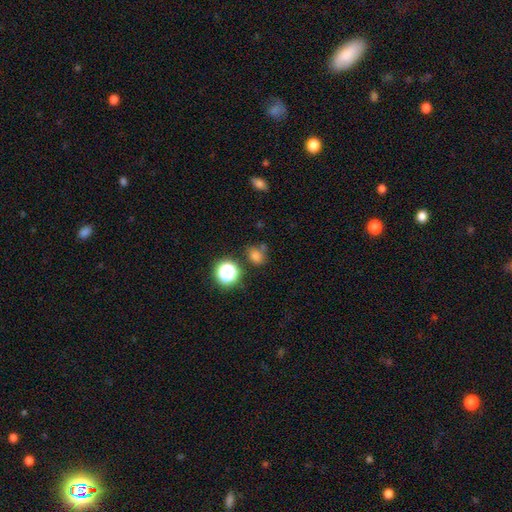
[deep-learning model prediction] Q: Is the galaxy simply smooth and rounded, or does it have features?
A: smooth — 72%.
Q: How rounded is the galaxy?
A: round — 57%.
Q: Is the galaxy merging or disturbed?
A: none — 67%.